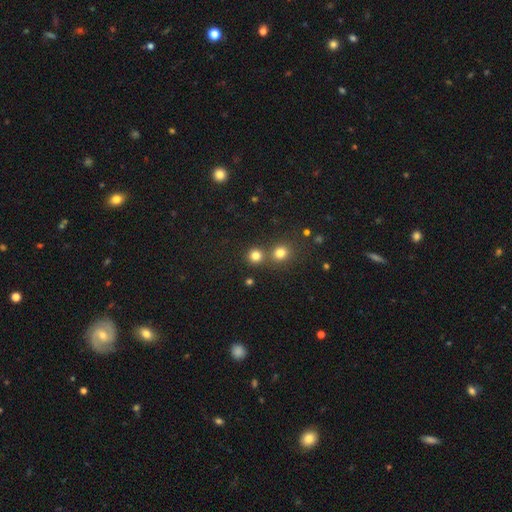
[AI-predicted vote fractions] This is likely a smooth galaxy (79%). How rounded: clearly round (91%). Merging: likely none (69%).